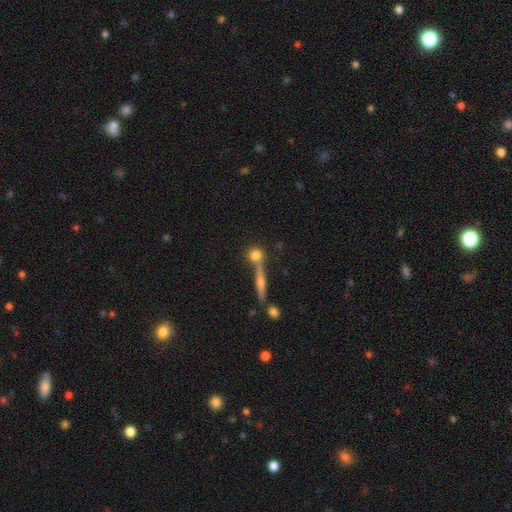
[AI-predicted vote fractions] Smooth or featured?
  - smooth: 72% *
  - featured or disk: 17%
  - star or artifact: 11%
How rounded?
  - round: 81% *
  - in between: 10%
  - cigar-shaped: 9%
Merging?
  - none: 61% *
  - merger: 25%
  - minor disturbance: 10%
  - major disturbance: 4%